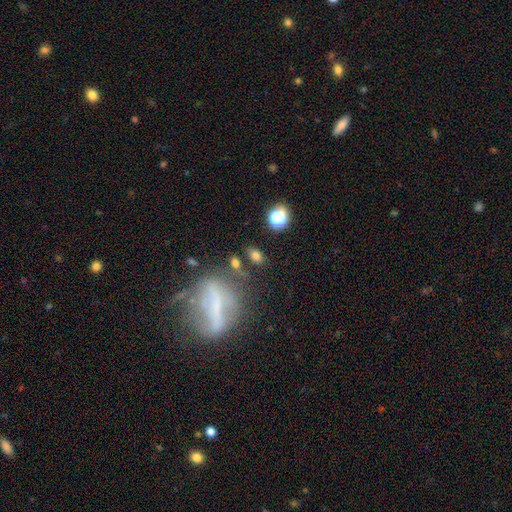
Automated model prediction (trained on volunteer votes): Smooth or featured: smooth — 75% (star or artifact — 15%)
How rounded: in between — 79% (round — 17%)
Merging: none — 73% (minor disturbance — 12%)